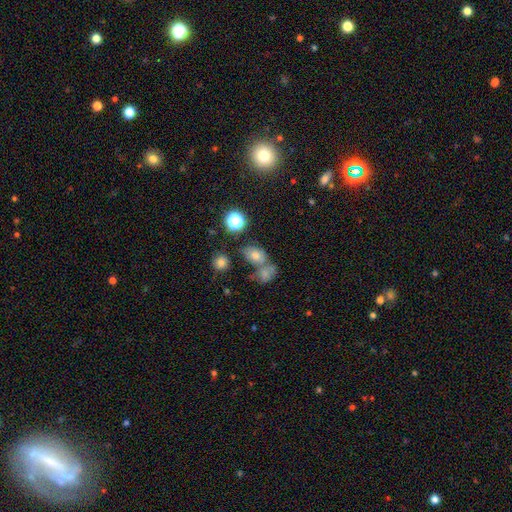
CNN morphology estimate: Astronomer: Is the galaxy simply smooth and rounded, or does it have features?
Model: smooth — 64%.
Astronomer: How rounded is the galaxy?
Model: in between — 67%.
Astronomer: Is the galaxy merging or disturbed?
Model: none — 48% (runner-up: merger, 33%).